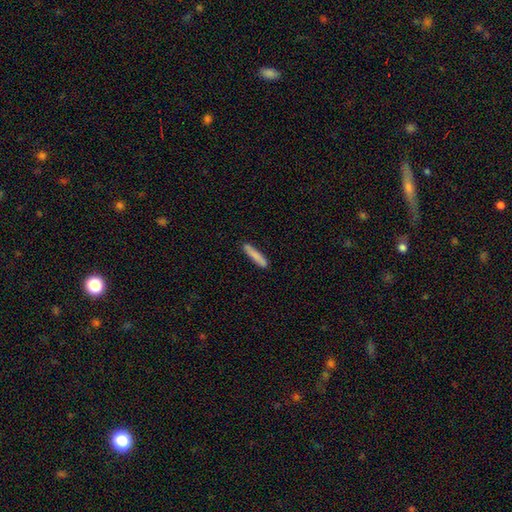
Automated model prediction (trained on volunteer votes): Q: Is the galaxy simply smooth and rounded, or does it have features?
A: smooth — 83%.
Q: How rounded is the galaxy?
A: cigar-shaped — 91%.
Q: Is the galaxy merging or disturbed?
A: none — 87%.